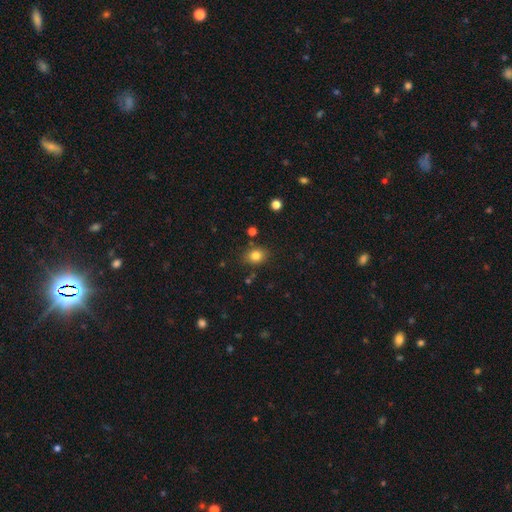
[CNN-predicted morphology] smooth 81%, star or artifact 12%, featured or disk 7%. Down the decision tree: how rounded — round (55%); merging — none (81%).